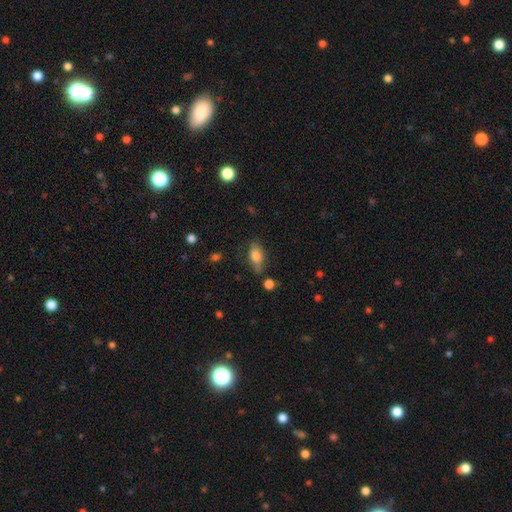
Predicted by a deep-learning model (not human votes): Smooth or featured? smooth (79%)
How rounded? in between (86%)
Merging? none (66%)